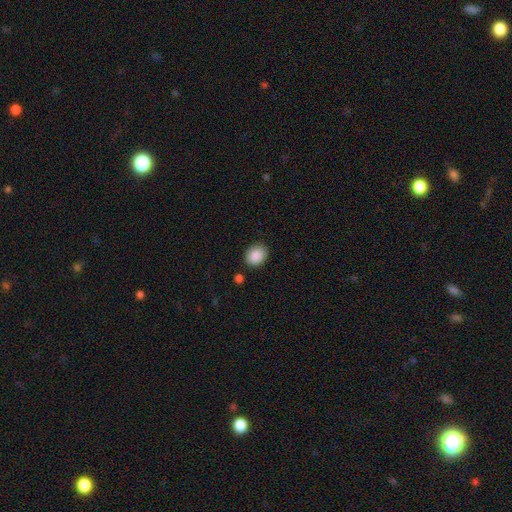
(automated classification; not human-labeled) Overall: smooth (89%). How rounded: round (52%; in between 47%). Merging: none (83%).